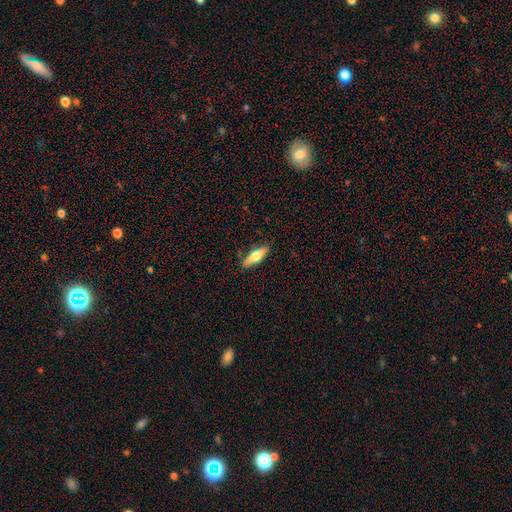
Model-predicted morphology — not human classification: A smooth galaxy with no disk features (59%) that is in between round and cigar-shaped (49%).

Vote fractions:
- Smooth or featured? smooth: 59% / featured or disk: 35% / star or artifact: 6%
- How rounded? in between: 49% / cigar-shaped: 48% / round: 2%
- Merging? none: 87% / minor disturbance: 10% / major disturbance: 2% / merger: 1%